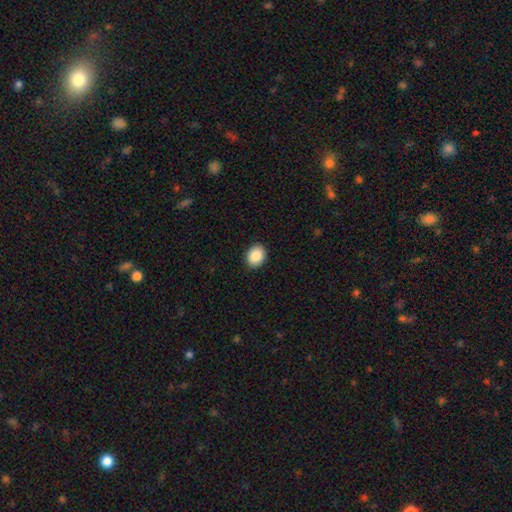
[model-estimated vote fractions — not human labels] A smooth galaxy with no disk features (88%) that is in between round and cigar-shaped (52%). Merging: none (91%).